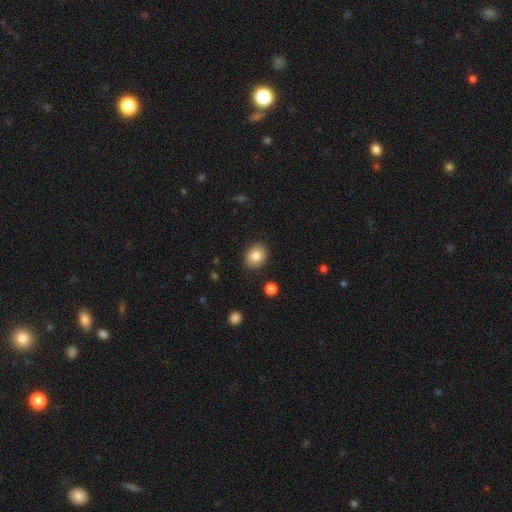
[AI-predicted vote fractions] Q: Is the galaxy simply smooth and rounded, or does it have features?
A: smooth — 83%.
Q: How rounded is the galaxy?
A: round — 51%.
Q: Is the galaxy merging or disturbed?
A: none — 88%.